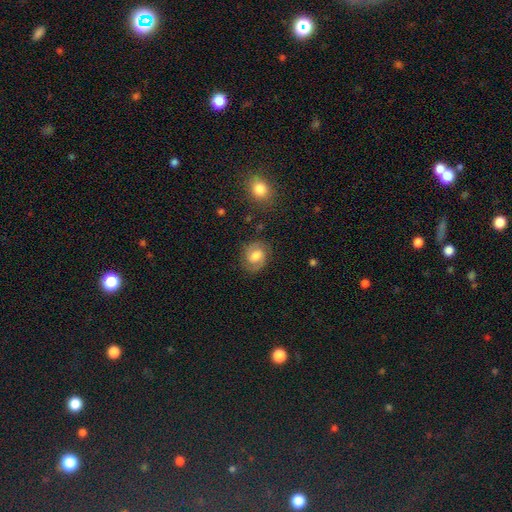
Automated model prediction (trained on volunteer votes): Smooth or featured? featured or disk (61%)
Edge-on disk? no (97%)
Bar? weak (48%)
Spiral arms? yes (91%)
Spiral winding? medium (46%)
Spiral arm count? 2 (87%)
Bulge size? moderate (53%)
Merging? none (80%)